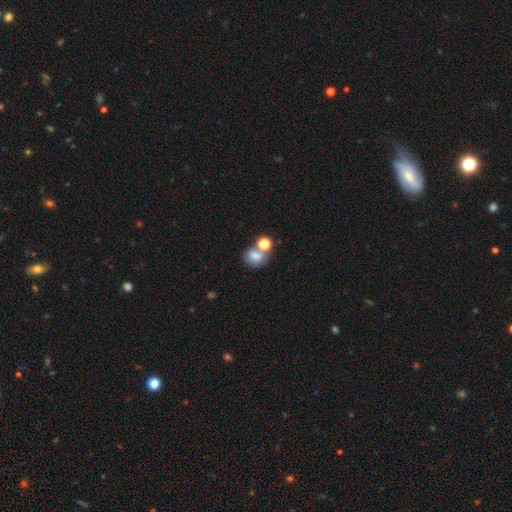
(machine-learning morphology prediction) smooth 76%, star or artifact 12%, featured or disk 12%. Down the decision tree: how rounded — round (58%); merging — none (42%).